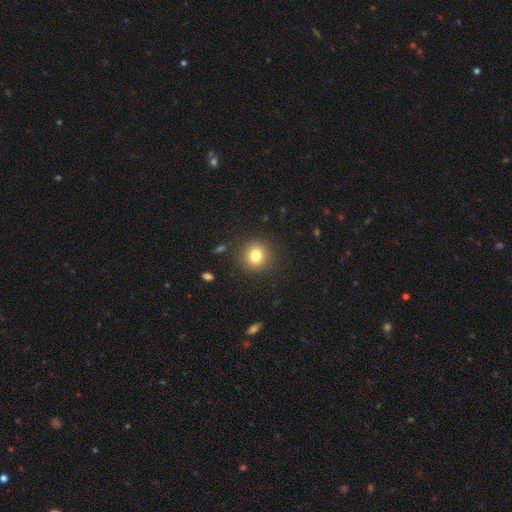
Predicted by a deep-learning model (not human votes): A smooth galaxy with no disk features (80%) that is round (90%).

Vote fractions:
- Smooth or featured? smooth: 80% / star or artifact: 11% / featured or disk: 8%
- How rounded? round: 90% / in between: 9% / cigar-shaped: 1%
- Merging? none: 90% / minor disturbance: 6% / major disturbance: 3% / merger: 1%